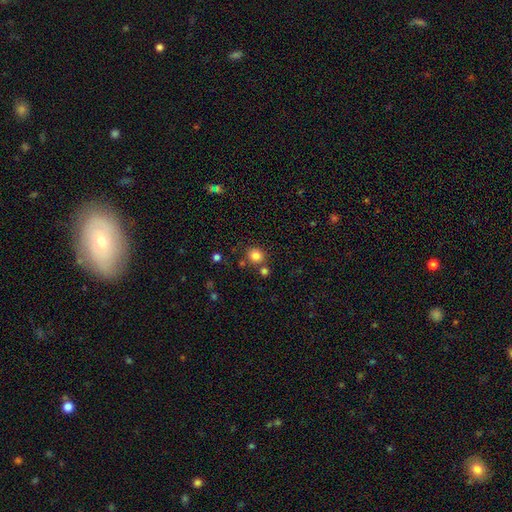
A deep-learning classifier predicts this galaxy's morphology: smooth-or-featured: smooth: 82% | star or artifact: 12% | featured or disk: 5%
  how-rounded: round: 85% | in between: 14% | cigar-shaped: 1%
  merging: none: 76% | merger: 12% | minor disturbance: 9% | major disturbance: 3%